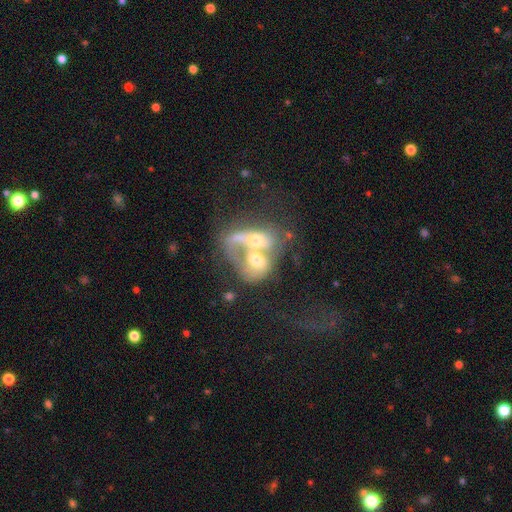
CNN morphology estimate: Smooth or featured?
  - featured or disk: 61% *
  - smooth: 31%
  - star or artifact: 9%
Edge-on disk?
  - no: 92% *
  - yes: 8%
Bar?
  - no: 73% *
  - weak: 20%
  - strong: 8%
Spiral arms?
  - no: 58% *
  - yes: 42%
Bulge size?
  - moderate: 64% *
  - small: 19%
  - large: 10%
  - none: 4%
  - dominant: 2%
Merging?
  - merger: 81% *
  - major disturbance: 9%
  - none: 7%
  - minor disturbance: 3%